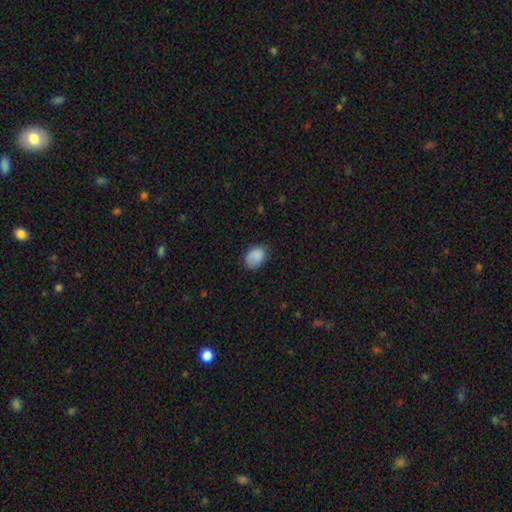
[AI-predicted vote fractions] smooth-or-featured: smooth: 84% | star or artifact: 8% | featured or disk: 8%
  how-rounded: in between: 73% | round: 26% | cigar-shaped: 1%
  merging: none: 70% | minor disturbance: 22% | major disturbance: 6% | merger: 2%